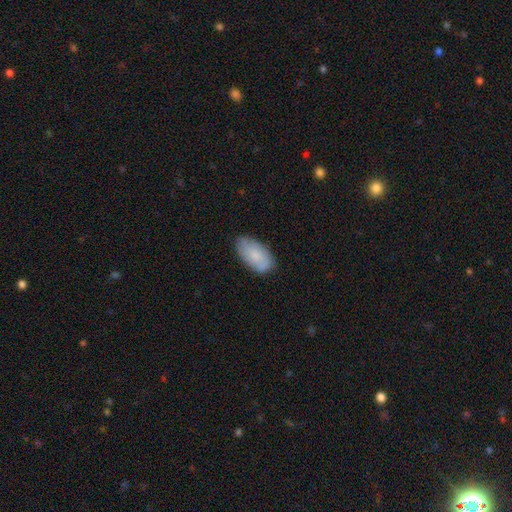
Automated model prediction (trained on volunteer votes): Smooth or featured?
  - smooth: 78% *
  - featured or disk: 16%
  - star or artifact: 6%
How rounded?
  - in between: 95% *
  - round: 3%
  - cigar-shaped: 3%
Merging?
  - none: 77% *
  - minor disturbance: 18%
  - major disturbance: 3%
  - merger: 1%